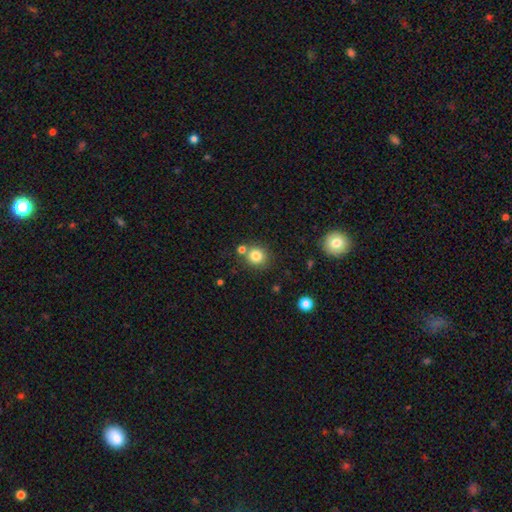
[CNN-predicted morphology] Smooth or featured? smooth (82%)
How rounded? round (87%)
Merging? none (72%)